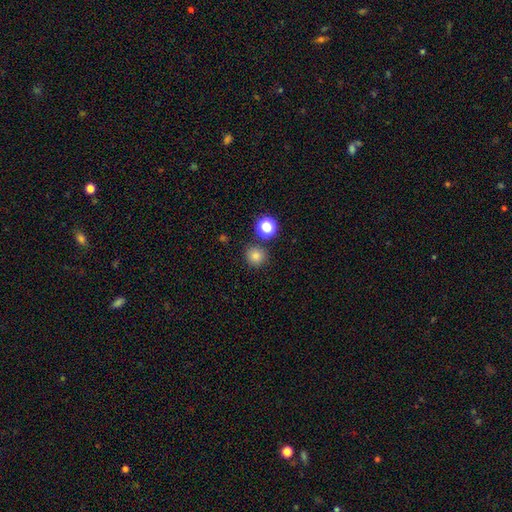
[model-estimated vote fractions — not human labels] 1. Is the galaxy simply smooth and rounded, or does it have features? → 79% smooth, 15% star or artifact, 6% featured or disk.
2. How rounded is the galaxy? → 93% round, 6% in between, 1% cigar-shaped.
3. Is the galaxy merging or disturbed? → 84% none, 8% minor disturbance, 6% merger, 3% major disturbance.